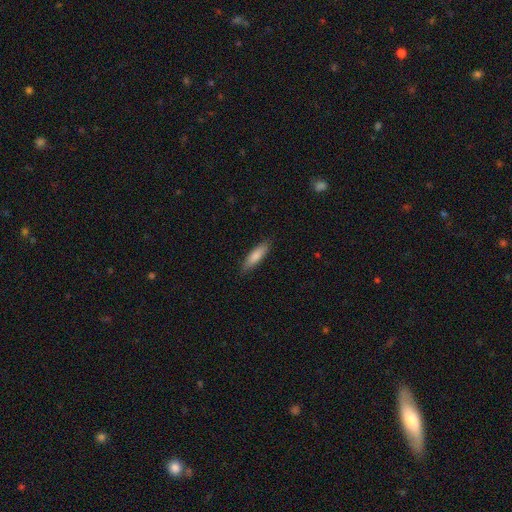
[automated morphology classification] smooth-or-featured: smooth: 82% | featured or disk: 12% | star or artifact: 6%
  how-rounded: cigar-shaped: 67% | in between: 31% | round: 1%
  merging: none: 87% | minor disturbance: 10% | major disturbance: 2% | merger: 1%